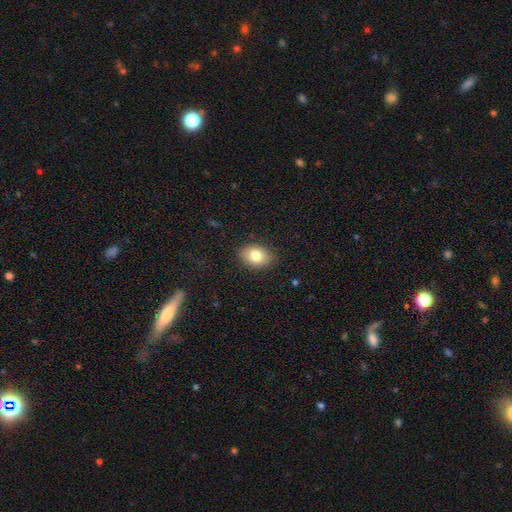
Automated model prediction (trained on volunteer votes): smooth_or_featured: smooth (p=0.81) [alt: featured or disk p=0.11]
how_rounded: in between (p=0.74) [alt: round p=0.25]
merging: none (p=0.87) [alt: minor disturbance p=0.10]